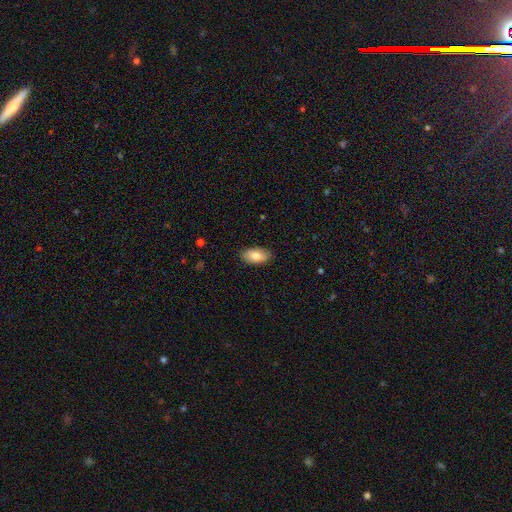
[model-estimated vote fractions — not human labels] Overall: smooth (85%). How rounded: in between (94%). Merging: none (88%).